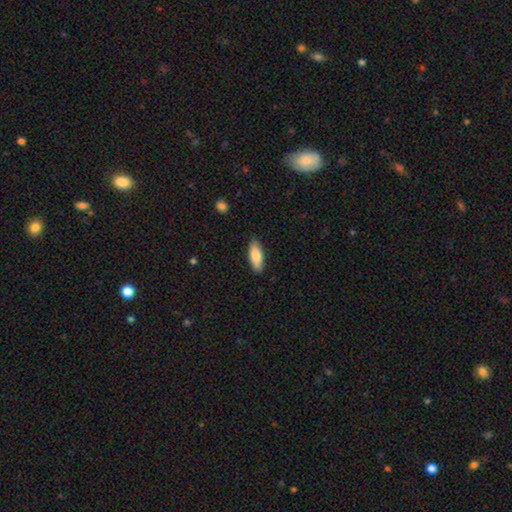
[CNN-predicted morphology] Smooth or featured? smooth (82%)
How rounded? in between (68%)
Merging? none (87%)